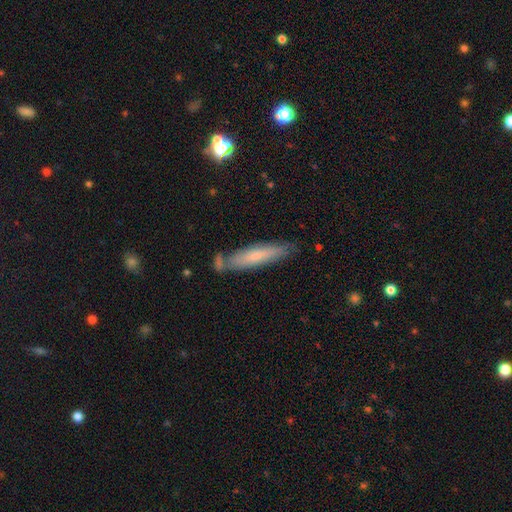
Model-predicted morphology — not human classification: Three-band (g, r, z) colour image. It shows a smooth galaxy with no disk features (58%) that is cigar-shaped (84%). Merging: none (72%).